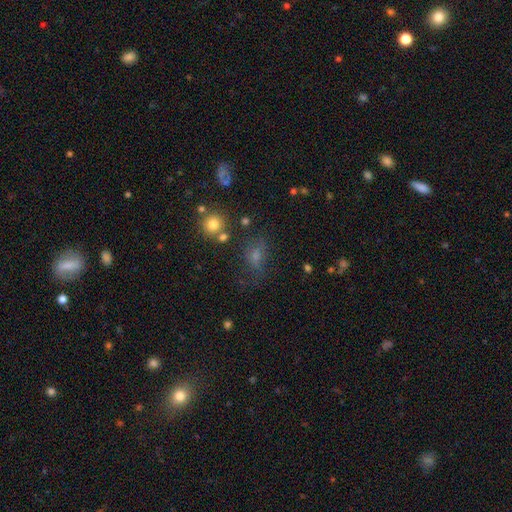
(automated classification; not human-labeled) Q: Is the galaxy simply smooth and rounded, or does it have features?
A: smooth — 55%.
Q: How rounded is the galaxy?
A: in between — 59%.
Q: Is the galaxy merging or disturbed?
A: none — 55%.